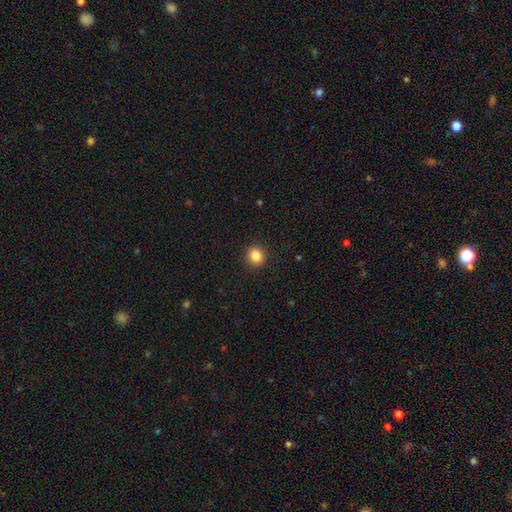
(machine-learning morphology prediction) Smooth or featured?
  - smooth: 86% *
  - star or artifact: 10%
  - featured or disk: 4%
How rounded?
  - round: 86% *
  - in between: 13%
  - cigar-shaped: 1%
Merging?
  - none: 92% *
  - minor disturbance: 5%
  - major disturbance: 2%
  - merger: 1%